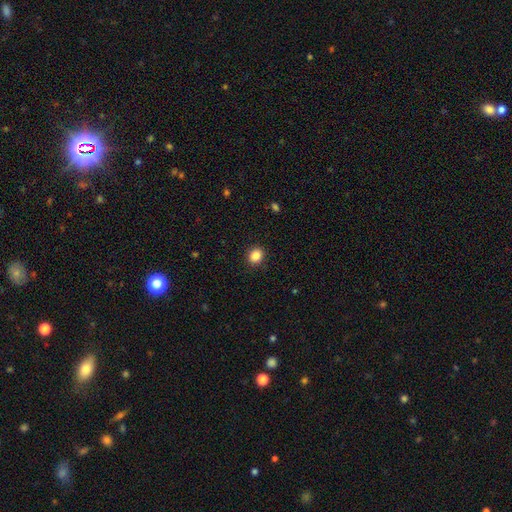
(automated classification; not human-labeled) Q: Smooth or featured?
A: smooth (85%); runner-up: star or artifact (10%)
Q: How rounded?
A: round (73%); runner-up: in between (26%)
Q: Merging?
A: none (91%); runner-up: minor disturbance (6%)